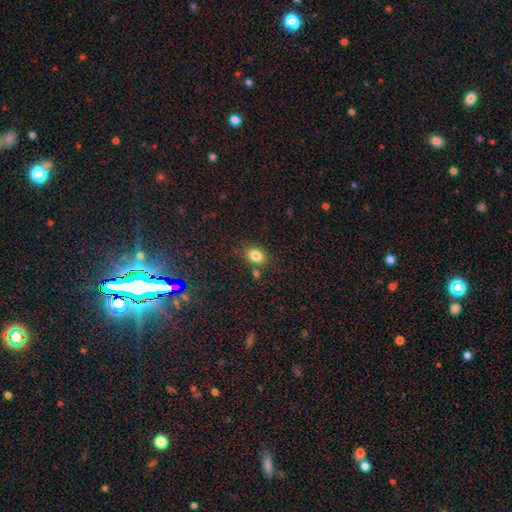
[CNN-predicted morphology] Smooth or featured? Predicted: smooth (p=0.81). How rounded? Predicted: in between (p=0.56). Merging? Predicted: none (p=0.78).